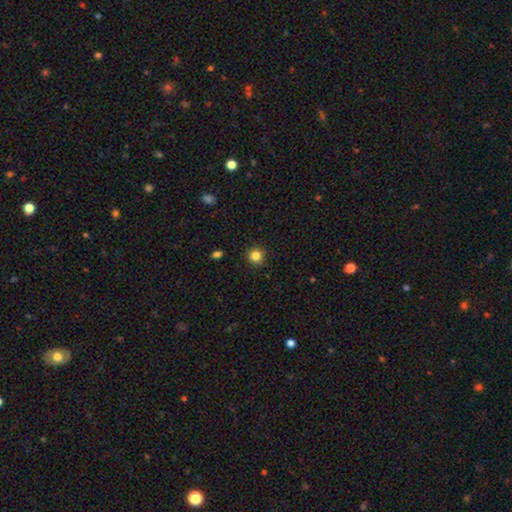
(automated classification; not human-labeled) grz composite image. It shows a smooth galaxy with no disk features (84%) that is round (92%). Merging: none (91%).